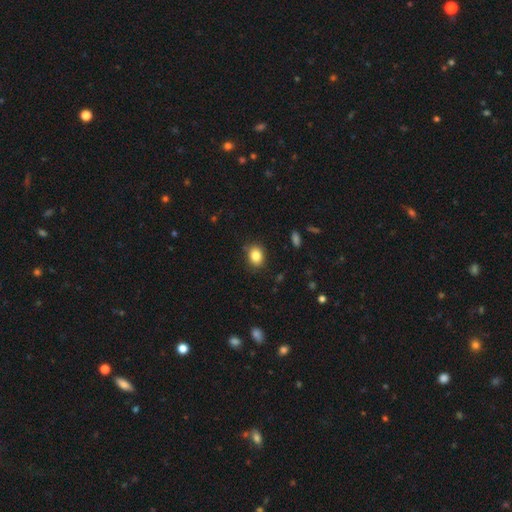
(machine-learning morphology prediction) smooth-or-featured: smooth: 84% | star or artifact: 10% | featured or disk: 6%
  how-rounded: in between: 54% | round: 45% | cigar-shaped: 1%
  merging: none: 82% | minor disturbance: 13% | major disturbance: 3% | merger: 2%